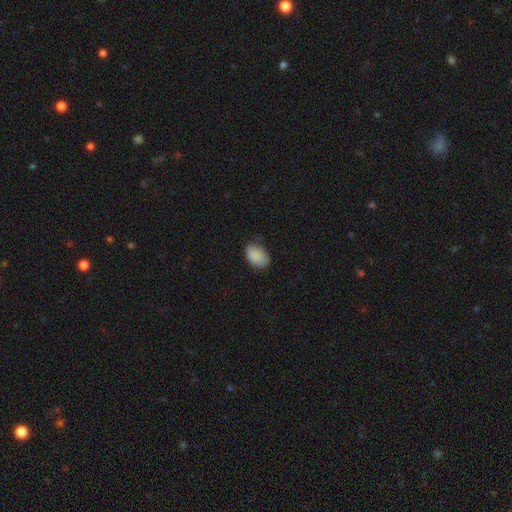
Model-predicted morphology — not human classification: Smooth or featured? smooth (89%)
How rounded? in between (87%)
Merging? none (68%)